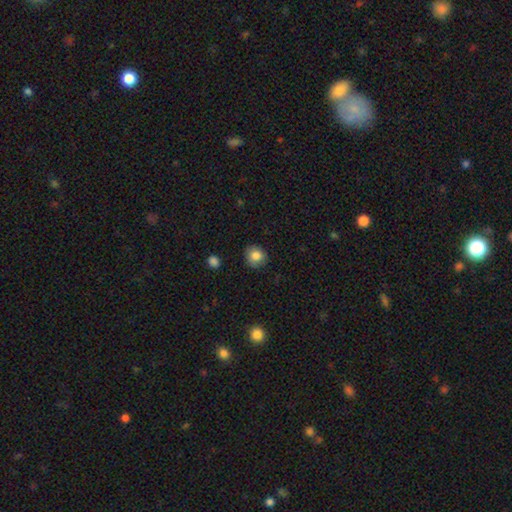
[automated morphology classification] Overall: smooth (84%). How rounded: round (85%). Merging: none (85%).